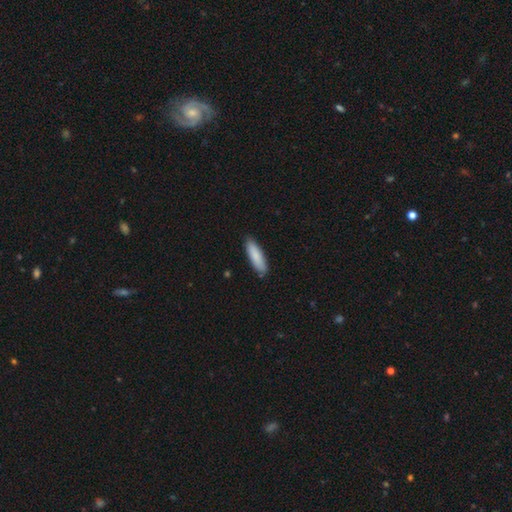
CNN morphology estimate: Smooth or featured?
  - smooth: 86% *
  - featured or disk: 9%
  - star or artifact: 5%
How rounded?
  - cigar-shaped: 58% *
  - in between: 41%
  - round: 1%
Merging?
  - none: 85% *
  - minor disturbance: 11%
  - major disturbance: 2%
  - merger: 1%